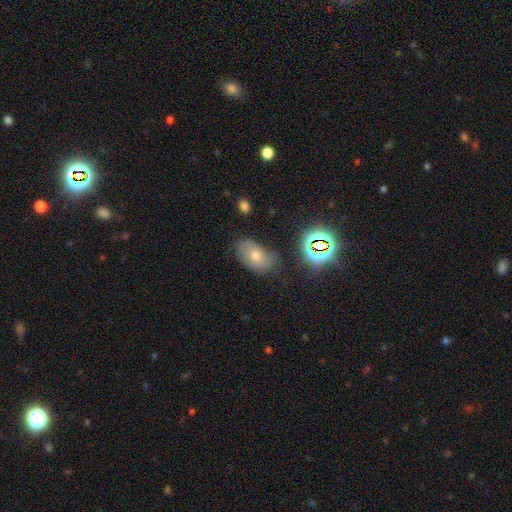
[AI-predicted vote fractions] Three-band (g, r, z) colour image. It shows a smooth galaxy with no disk features (51%) that is in between round and cigar-shaped (85%). Merging: none (72%).